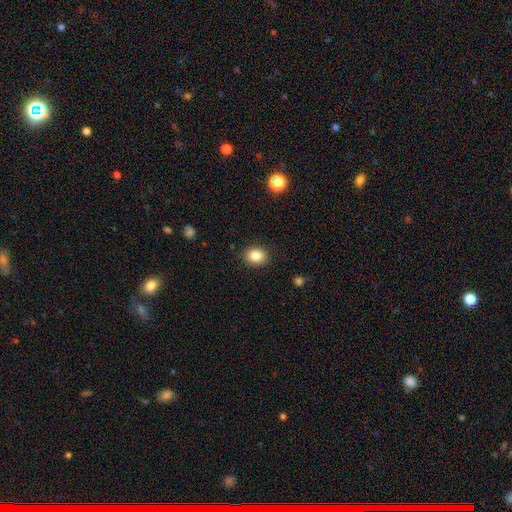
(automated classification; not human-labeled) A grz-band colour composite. It shows a smooth galaxy with no disk features (84%) that is in between round and cigar-shaped (53%). Merging: none (88%).